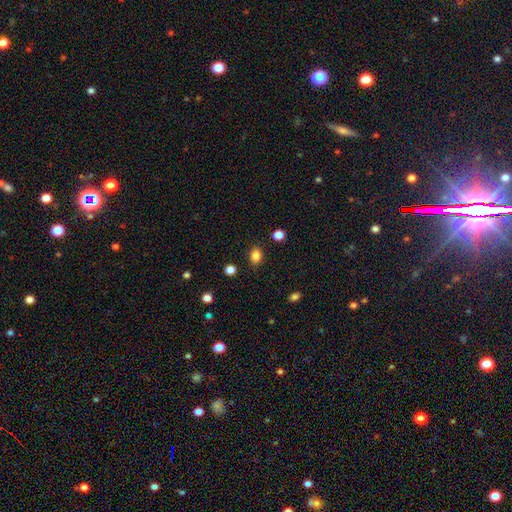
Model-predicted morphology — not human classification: A smooth galaxy with no disk features (84%) that is in between round and cigar-shaped (67%).

Vote fractions:
- Smooth or featured? smooth: 84% / star or artifact: 11% / featured or disk: 5%
- How rounded? in between: 67% / round: 32% / cigar-shaped: 1%
- Merging? none: 86% / minor disturbance: 9% / major disturbance: 3% / merger: 2%